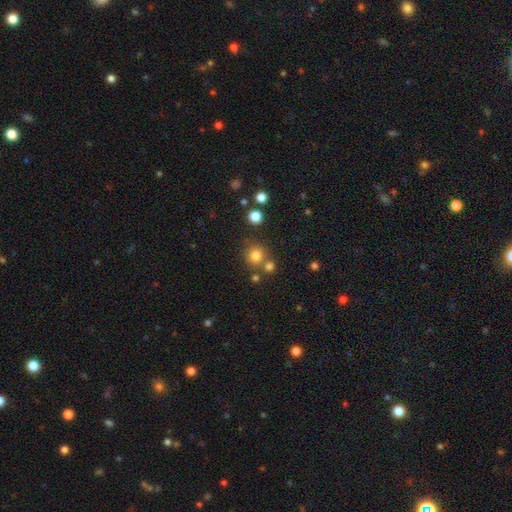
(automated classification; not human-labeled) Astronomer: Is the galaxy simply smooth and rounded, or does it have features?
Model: smooth — 80%.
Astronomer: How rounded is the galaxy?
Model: round — 91%.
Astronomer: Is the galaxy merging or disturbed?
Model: none — 73%.